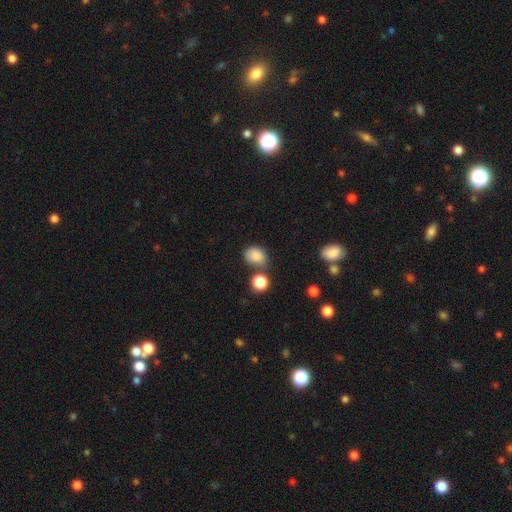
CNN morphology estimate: A smooth galaxy with no disk features (84%) that is round (55%).

Vote fractions:
- Smooth or featured? smooth: 84% / star or artifact: 10% / featured or disk: 6%
- How rounded? round: 55% / in between: 44% / cigar-shaped: 1%
- Merging? none: 61% / minor disturbance: 19% / merger: 15% / major disturbance: 6%